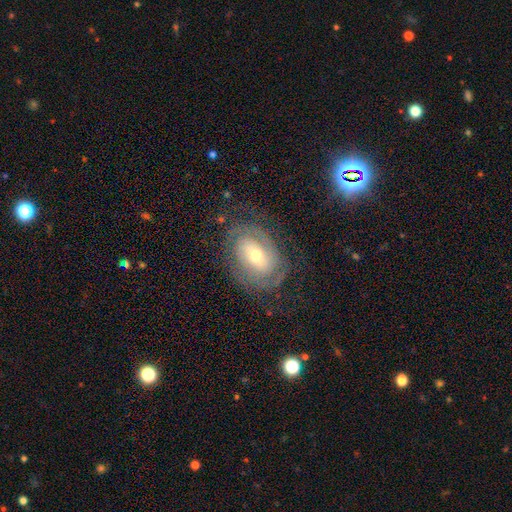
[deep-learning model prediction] Overall: featured or disk (78%). Edge-on disk: no (96%). Bar: no (44%; weak 39%). Spiral arms: yes (89%). Spiral arm count: 2 (51%; can't tell 29%). Spiral winding: tight (62%; medium 28%). Bulge size: moderate (55%; small 37%). Merging: none (70%).